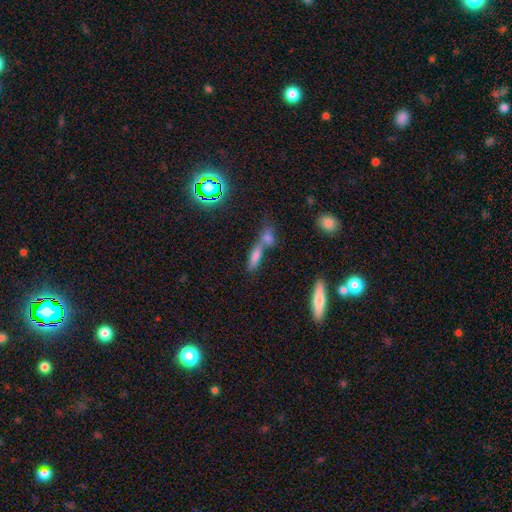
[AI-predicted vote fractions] smooth_or_featured: smooth (p=0.58) [alt: featured or disk p=0.24]
how_rounded: cigar-shaped (p=0.60) [alt: in between p=0.35]
merging: merger (p=0.50) [alt: none p=0.37]